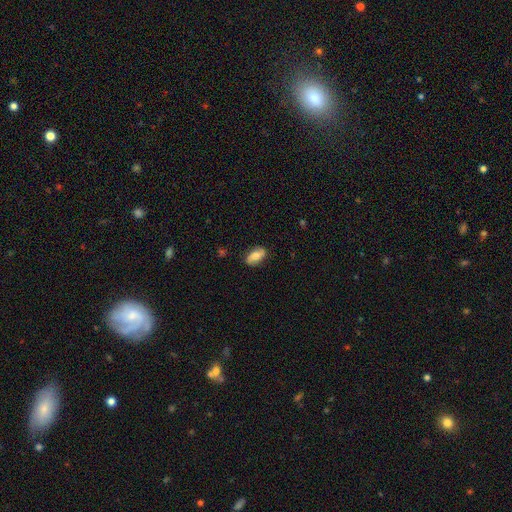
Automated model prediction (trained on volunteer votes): A smooth galaxy with no disk features (58%) that is in between round and cigar-shaped (90%). Merging: none (82%).